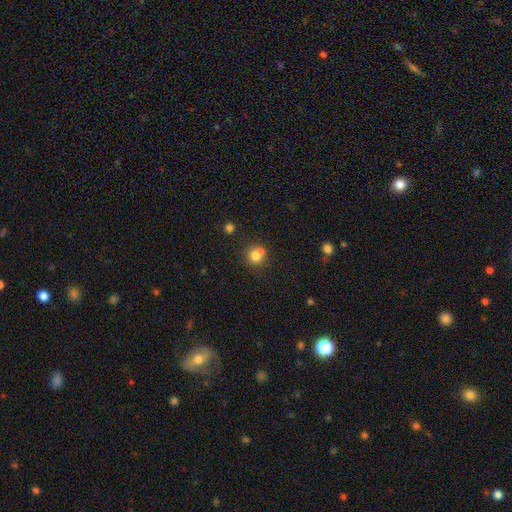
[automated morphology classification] A smooth galaxy with no disk features (76%) that is round (86%).

Vote fractions:
- Smooth or featured? smooth: 76% / star or artifact: 12% / featured or disk: 12%
- How rounded? round: 86% / in between: 13% / cigar-shaped: 1%
- Merging? none: 50% / merger: 38% / minor disturbance: 9% / major disturbance: 3%